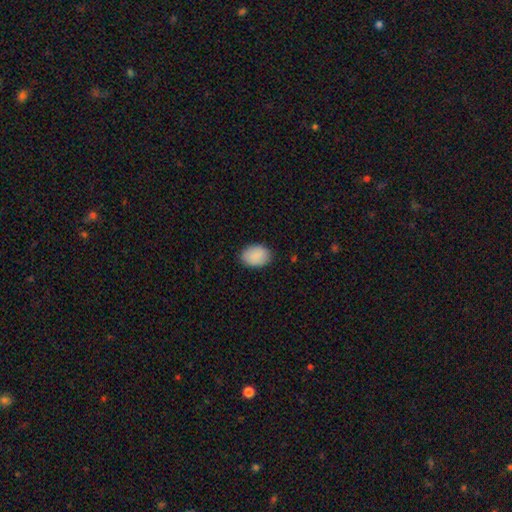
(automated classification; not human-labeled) smooth_or_featured: smooth (p=0.90) [alt: star or artifact p=0.06]
how_rounded: in between (p=0.82) [alt: round p=0.17]
merging: none (p=0.86) [alt: minor disturbance p=0.11]